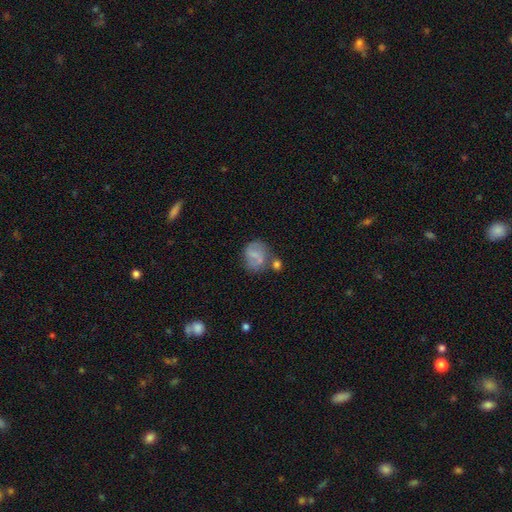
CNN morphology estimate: Smooth or featured: smooth — 48% (featured or disk — 43%)
Merging: none — 46% (merger — 23%)